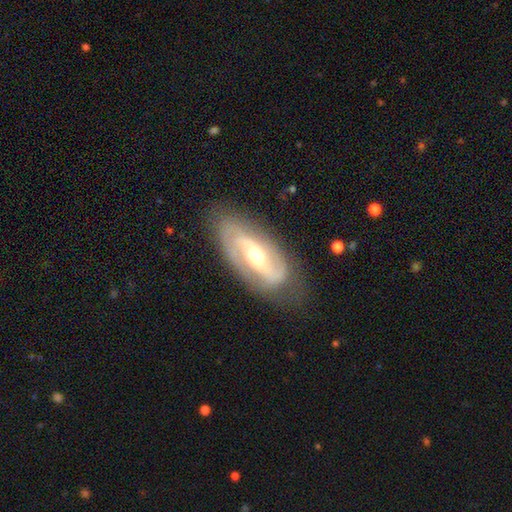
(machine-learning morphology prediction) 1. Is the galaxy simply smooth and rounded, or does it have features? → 84% featured or disk, 11% smooth, 5% star or artifact.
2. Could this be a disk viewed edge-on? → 94% no, 6% yes.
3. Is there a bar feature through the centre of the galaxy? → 42% weak, 33% no, 25% strong.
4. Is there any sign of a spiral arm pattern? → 92% yes, 8% no.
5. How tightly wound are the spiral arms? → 48% medium, 27% loose, 25% tight.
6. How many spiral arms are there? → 88% 2, 6% can't tell, 2% 1, 2% 3, 1% 4, 1% more than 4.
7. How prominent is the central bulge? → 69% moderate, 15% small, 13% large, 1% dominant, 1% none.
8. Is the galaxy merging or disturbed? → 77% none, 16% minor disturbance, 6% major disturbance, 1% merger.